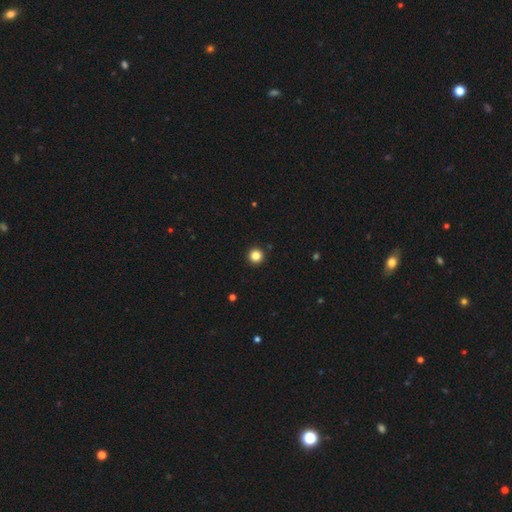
smooth_or_featured: smooth (p=0.85) [alt: star or artifact p=0.10]
how_rounded: round (p=0.97) [alt: in between p=0.03]
merging: none (p=0.97) [alt: merger p=0.03]